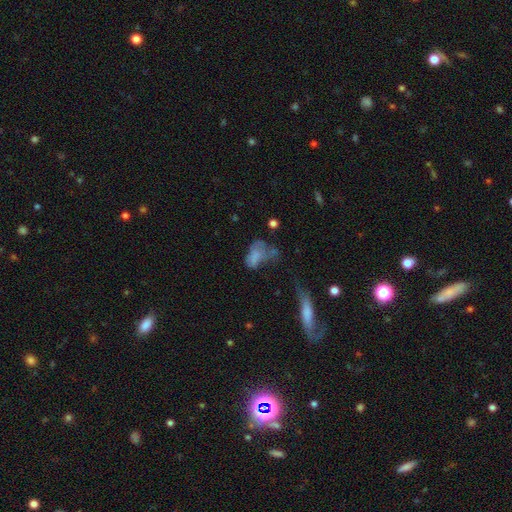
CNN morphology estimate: Smooth or featured: smooth — 58% (featured or disk — 28%)
How rounded: in between — 84% (round — 12%)
Merging: major disturbance — 43% (minor disturbance — 22%)